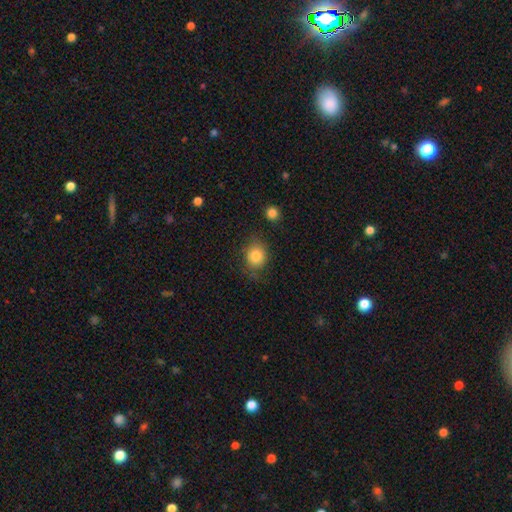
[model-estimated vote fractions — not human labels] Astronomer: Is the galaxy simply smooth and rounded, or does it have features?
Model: smooth — 83%.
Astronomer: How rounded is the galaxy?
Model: round — 71%.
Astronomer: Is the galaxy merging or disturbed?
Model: none — 71%.